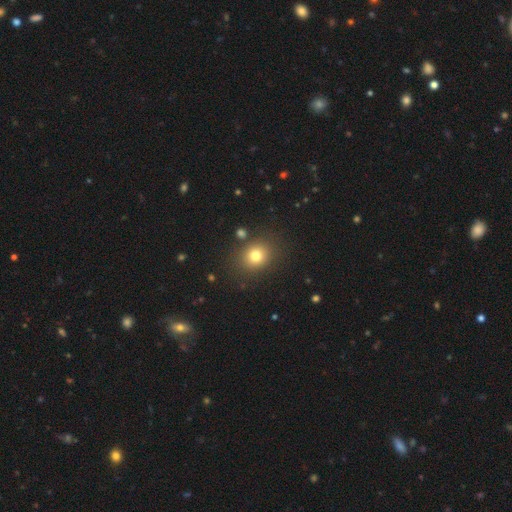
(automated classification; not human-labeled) Overall: smooth (77%). How rounded: round (70%). Merging: none (84%).